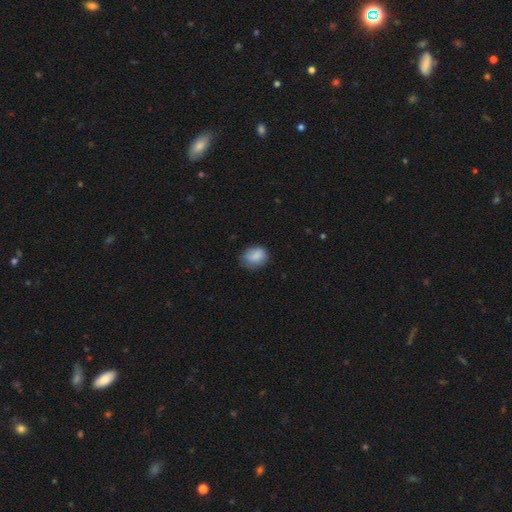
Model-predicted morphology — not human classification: The model was most divided on "how rounded": in between: 55%, round: 44%, cigar-shaped: 1%. More confident: smooth or featured — smooth (84%); merging — none (67%).